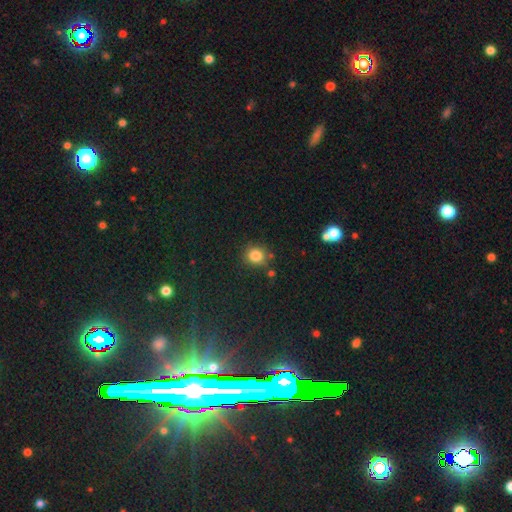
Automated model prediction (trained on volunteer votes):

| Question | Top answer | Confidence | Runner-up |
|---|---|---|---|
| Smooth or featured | smooth | 83% | star or artifact (12%) |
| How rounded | round | 82% | in between (17%) |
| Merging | none | 79% | minor disturbance (12%) |